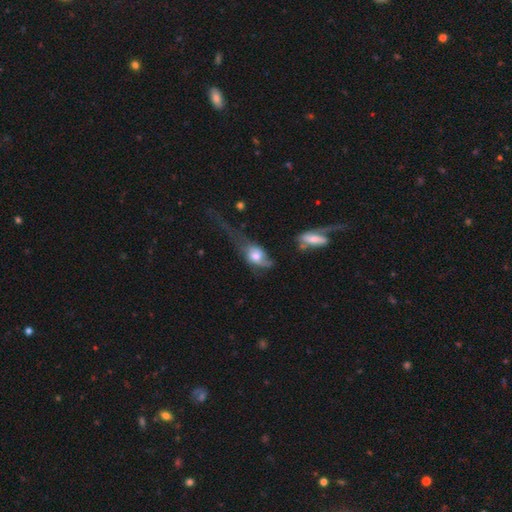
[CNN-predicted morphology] Overall: smooth (53%; featured or disk 39%). How rounded: in between (77%). Merging: major disturbance (56%; none 16%).